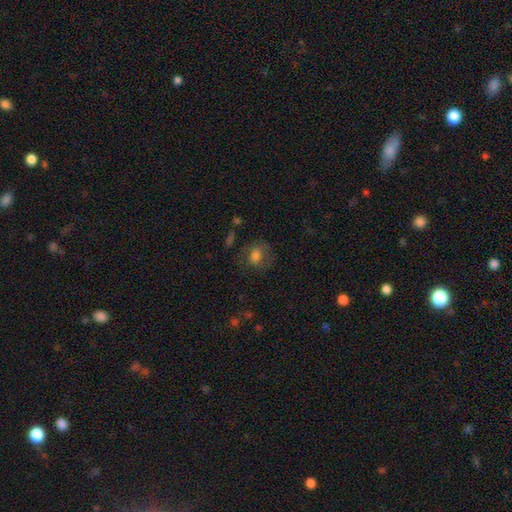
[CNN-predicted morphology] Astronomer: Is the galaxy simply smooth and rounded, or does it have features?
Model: smooth — 68%.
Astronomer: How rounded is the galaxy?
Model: round — 56% (runner-up: in between, 42%).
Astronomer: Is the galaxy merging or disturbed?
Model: none — 64%.